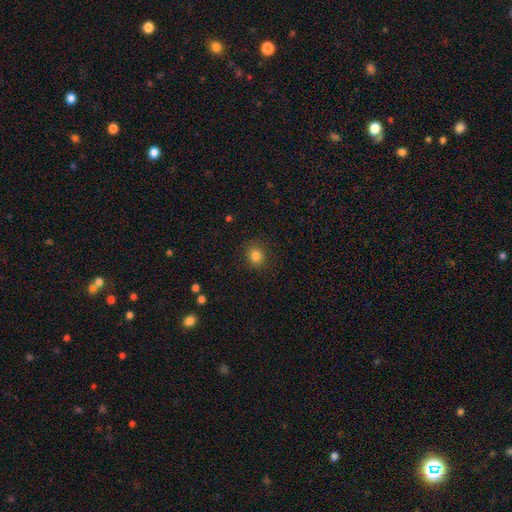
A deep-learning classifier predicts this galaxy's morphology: Smooth or featured?
  - smooth: 82% *
  - star or artifact: 12%
  - featured or disk: 6%
How rounded?
  - round: 77% *
  - in between: 22%
  - cigar-shaped: 1%
Merging?
  - none: 88% *
  - minor disturbance: 8%
  - major disturbance: 3%
  - merger: 1%